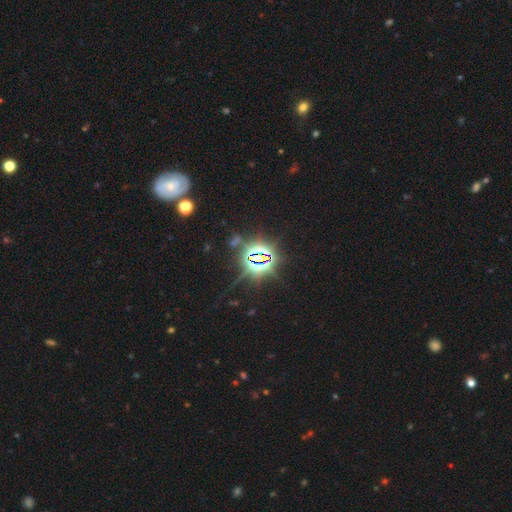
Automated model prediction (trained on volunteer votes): Smooth or featured: star or artifact — 83% (smooth — 10%)